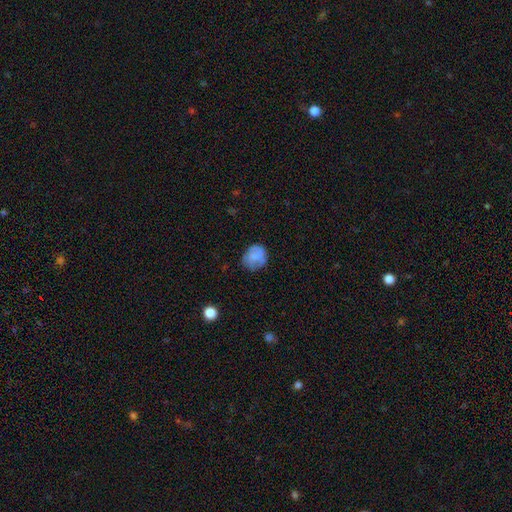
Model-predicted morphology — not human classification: Smooth or featured? smooth (70%)
How rounded? round (65%)
Merging? none (62%)